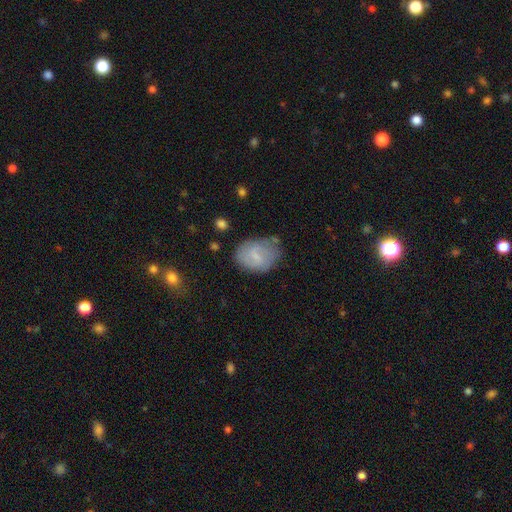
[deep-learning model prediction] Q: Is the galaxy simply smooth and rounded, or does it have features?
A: smooth — 50%.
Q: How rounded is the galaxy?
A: in between — 67%.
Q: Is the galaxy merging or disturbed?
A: none — 64%.